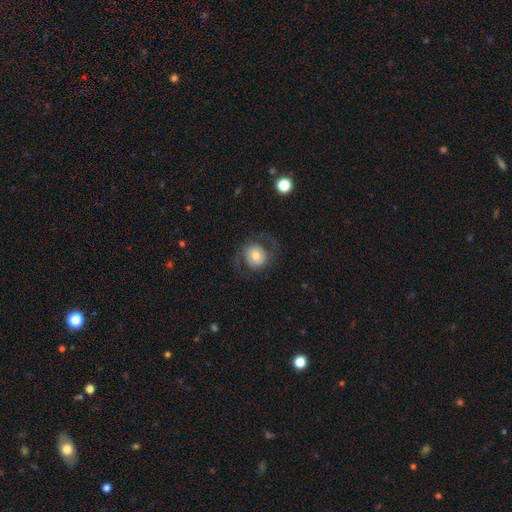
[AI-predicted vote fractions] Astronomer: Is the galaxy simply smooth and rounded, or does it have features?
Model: smooth — 54% (runner-up: featured or disk, 38%).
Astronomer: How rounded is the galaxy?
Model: round — 85%.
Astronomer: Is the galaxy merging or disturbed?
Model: none — 71%.